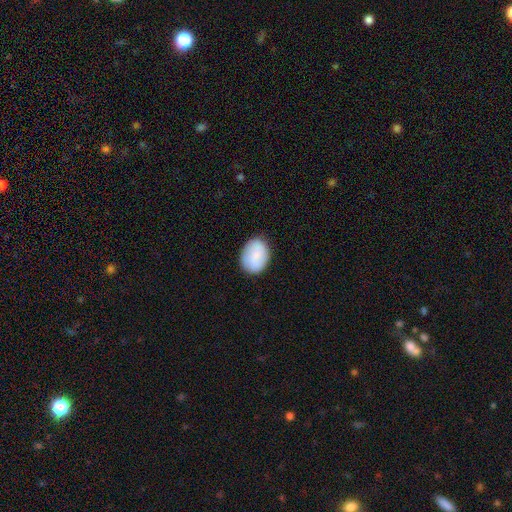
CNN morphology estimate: Smooth or featured: smooth — 80% (featured or disk — 13%)
How rounded: in between — 64% (round — 35%)
Merging: none — 85% (minor disturbance — 12%)